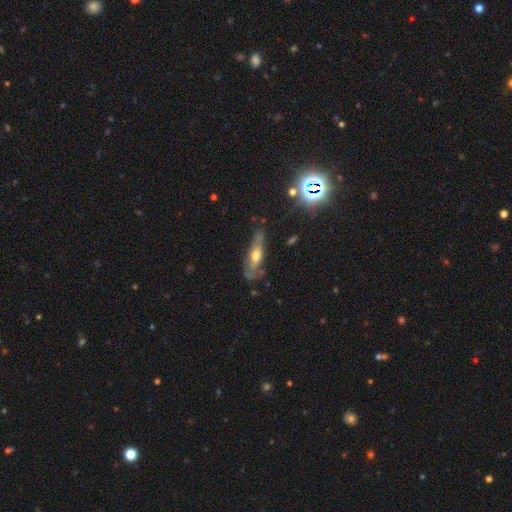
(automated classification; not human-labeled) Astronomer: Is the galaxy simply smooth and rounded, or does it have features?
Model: featured or disk — 48% (runner-up: smooth, 44%).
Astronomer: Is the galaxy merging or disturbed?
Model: none — 60%.